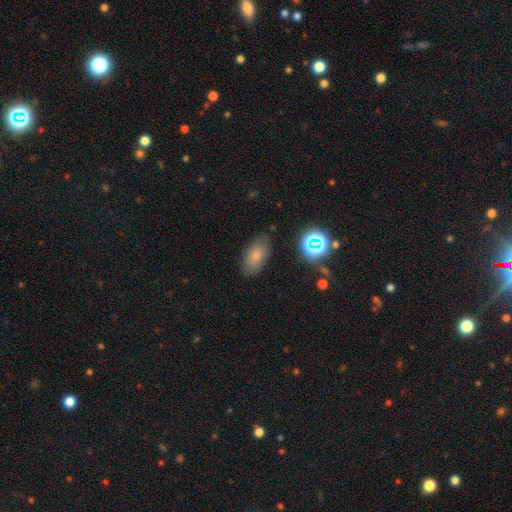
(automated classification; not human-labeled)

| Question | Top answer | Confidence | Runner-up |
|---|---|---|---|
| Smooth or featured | smooth | 75% | star or artifact (13%) |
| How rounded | in between | 90% | round (6%) |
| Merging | none | 80% | minor disturbance (14%) |